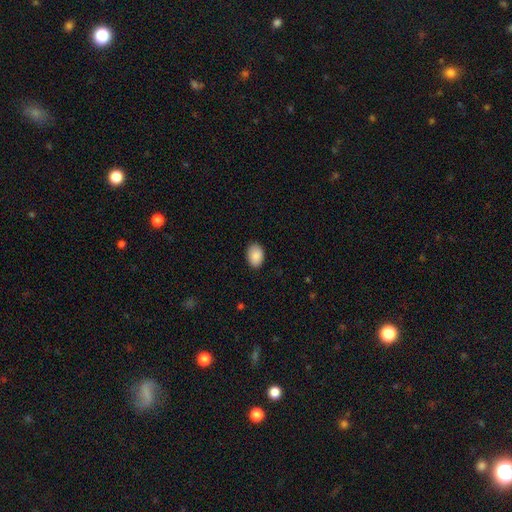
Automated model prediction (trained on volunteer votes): Smooth or featured? smooth (89%)
How rounded? in between (80%)
Merging? none (88%)